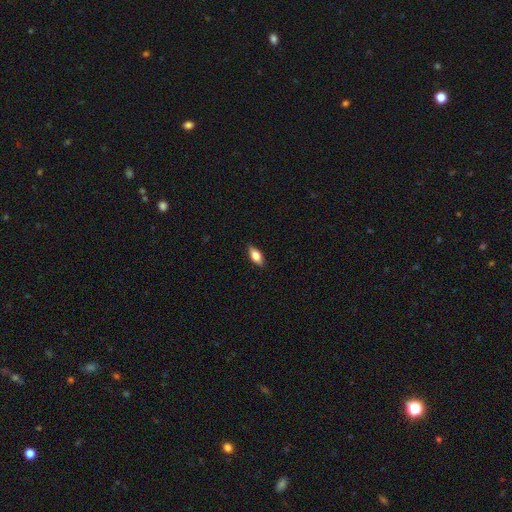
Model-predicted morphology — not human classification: Smooth or featured?
  - smooth: 72% *
  - featured or disk: 21%
  - star or artifact: 7%
How rounded?
  - in between: 82% *
  - cigar-shaped: 15%
  - round: 3%
Merging?
  - none: 88% *
  - minor disturbance: 10%
  - major disturbance: 2%
  - merger: 1%